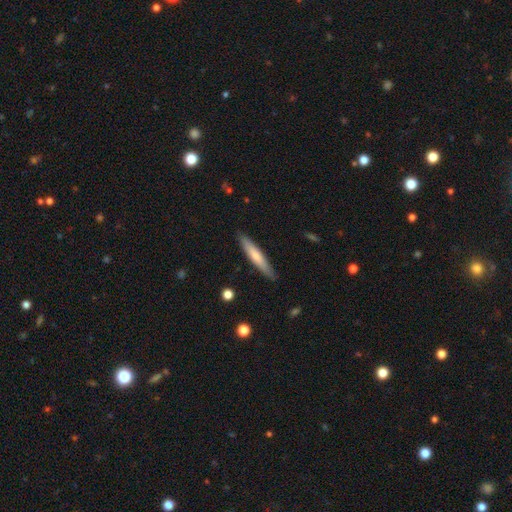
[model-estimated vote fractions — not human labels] Smooth or featured? Predicted: smooth (p=0.62). How rounded? Predicted: cigar-shaped (p=0.92). Merging? Predicted: none (p=0.88).